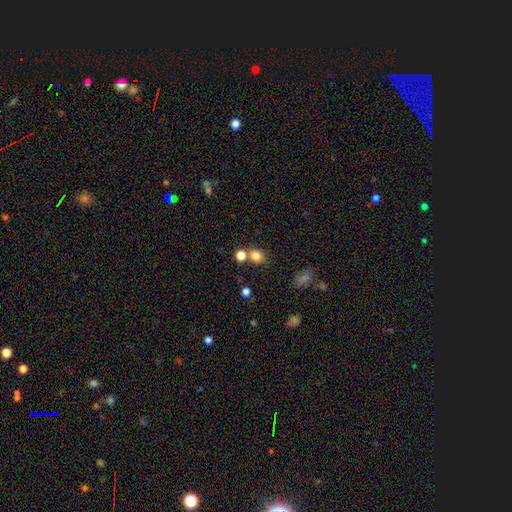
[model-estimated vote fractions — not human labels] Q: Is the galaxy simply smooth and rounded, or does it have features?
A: smooth — 80%.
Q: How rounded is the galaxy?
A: round — 77%.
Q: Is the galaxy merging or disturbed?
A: none — 66%.